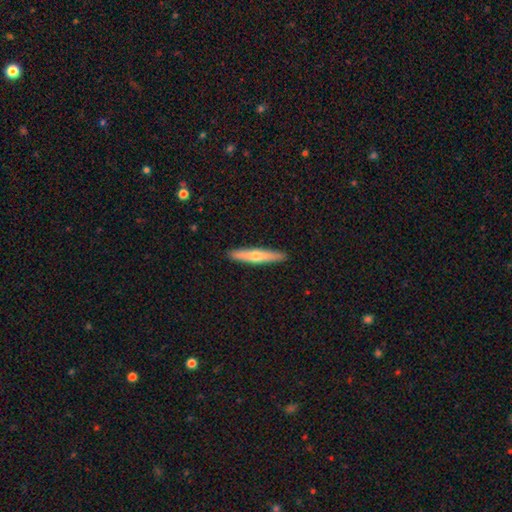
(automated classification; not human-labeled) Smooth or featured: featured or disk — 49% (smooth — 45%)
Merging: none — 92% (minor disturbance — 6%)